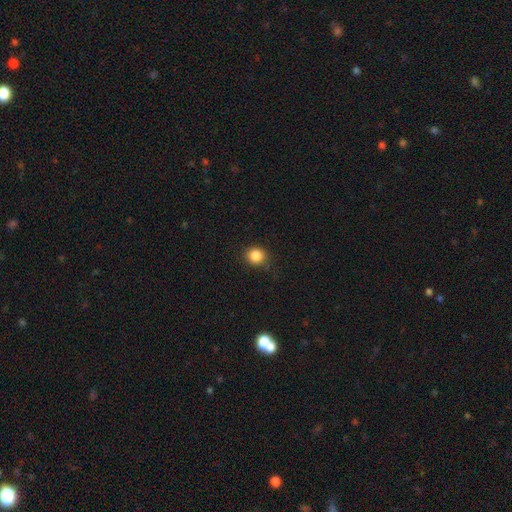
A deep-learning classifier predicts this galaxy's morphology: smooth_or_featured: smooth (p=0.85) [alt: star or artifact p=0.11]
how_rounded: round (p=0.88) [alt: in between p=0.11]
merging: none (p=0.82) [alt: minor disturbance p=0.13]